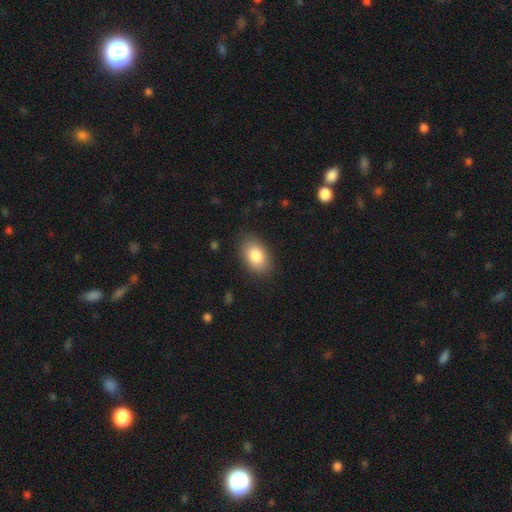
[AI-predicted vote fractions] Smooth or featured: smooth — 85% (featured or disk — 8%)
How rounded: in between — 89% (round — 9%)
Merging: none — 83% (minor disturbance — 13%)